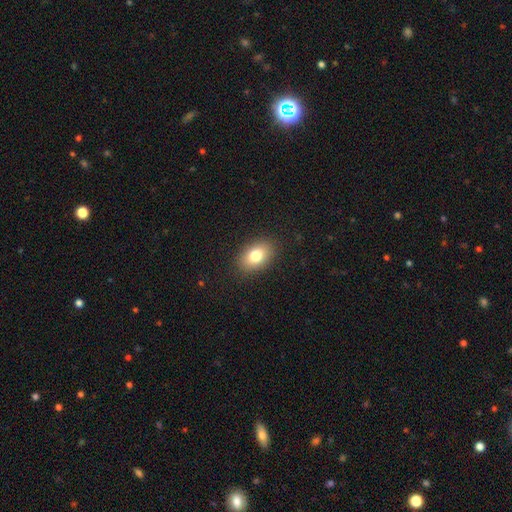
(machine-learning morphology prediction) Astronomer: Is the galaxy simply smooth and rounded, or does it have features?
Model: smooth — 80%.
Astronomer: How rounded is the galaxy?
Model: in between — 84%.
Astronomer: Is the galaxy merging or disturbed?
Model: none — 88%.